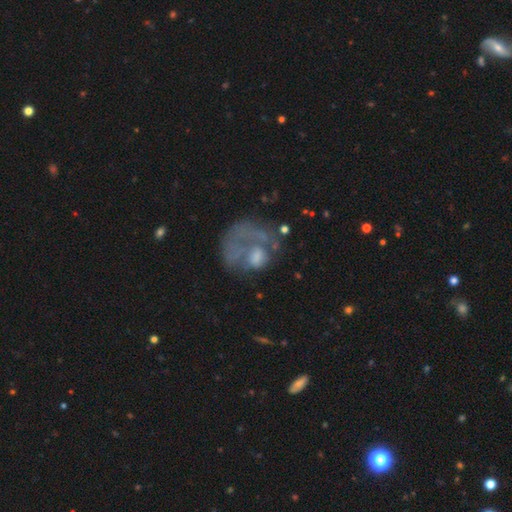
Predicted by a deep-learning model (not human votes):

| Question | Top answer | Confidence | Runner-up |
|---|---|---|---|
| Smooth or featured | featured or disk | 55% | smooth (32%) |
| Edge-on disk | no | 97% | yes (3%) |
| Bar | no | 86% | weak (11%) |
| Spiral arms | no | 66% | yes (34%) |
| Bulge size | none | 38% | moderate (31%) |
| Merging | major disturbance | 46% | none (31%) |